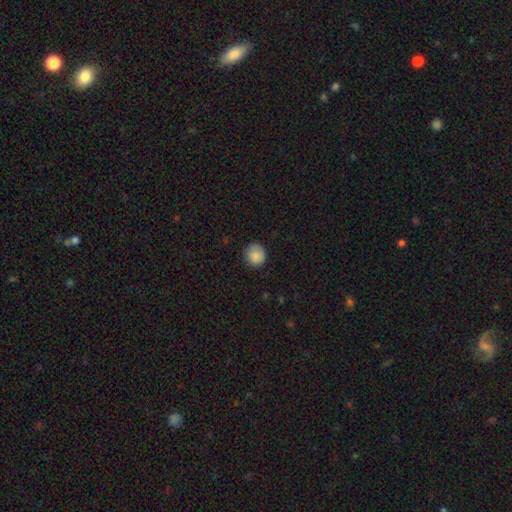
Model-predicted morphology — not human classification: smooth-or-featured: smooth: 87% | star or artifact: 9% | featured or disk: 5%
  how-rounded: round: 88% | in between: 11% | cigar-shaped: 1%
  merging: none: 83% | minor disturbance: 13% | major disturbance: 3% | merger: 1%